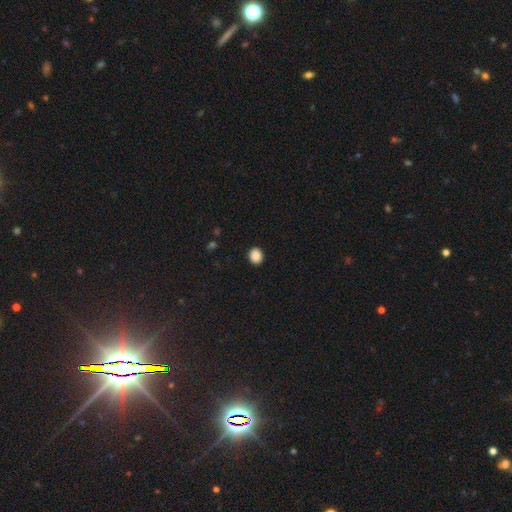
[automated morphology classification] Smooth or featured? smooth (88%)
How rounded? round (63%)
Merging? none (92%)